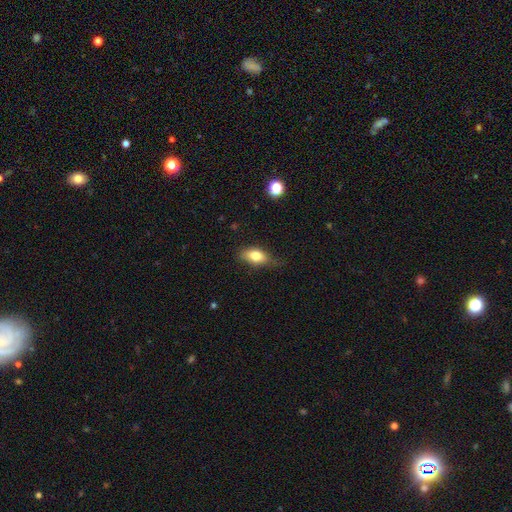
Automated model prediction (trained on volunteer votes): smooth 77%, featured or disk 15%, star or artifact 8%. Down the decision tree: how rounded — in between (84%); merging — none (56%).